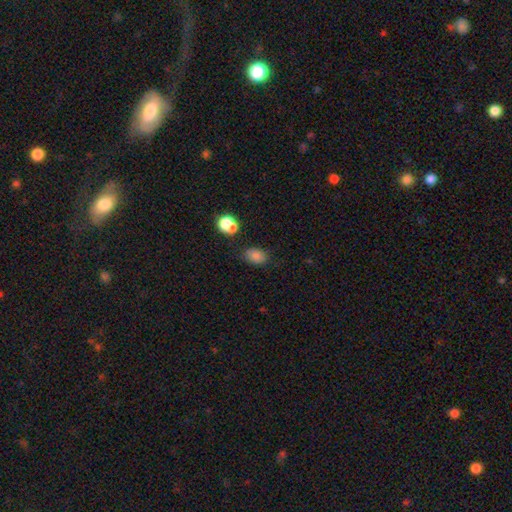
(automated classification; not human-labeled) smooth-or-featured: smooth: 82% | star or artifact: 12% | featured or disk: 6%
  how-rounded: in between: 77% | round: 22% | cigar-shaped: 1%
  merging: none: 75% | minor disturbance: 15% | merger: 6% | major disturbance: 4%